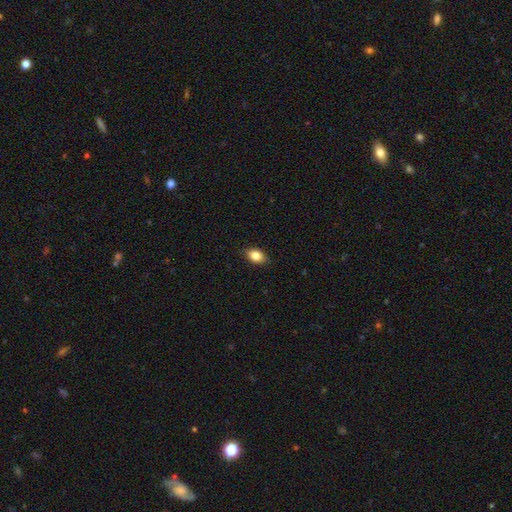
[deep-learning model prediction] A smooth galaxy with no disk features (83%) that is in between round and cigar-shaped (78%). Merging: none (85%).